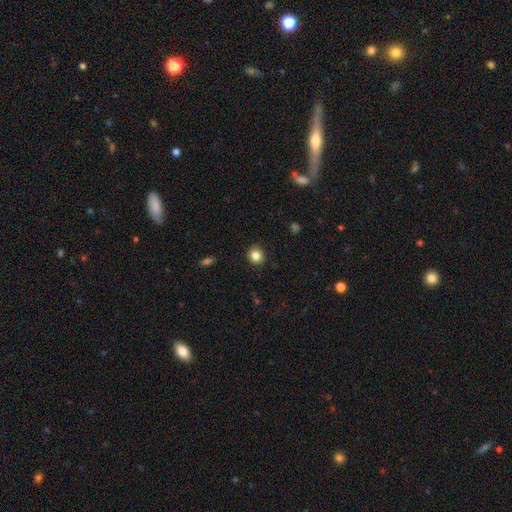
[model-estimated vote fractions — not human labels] Smooth or featured? smooth (84%)
How rounded? round (85%)
Merging? none (91%)